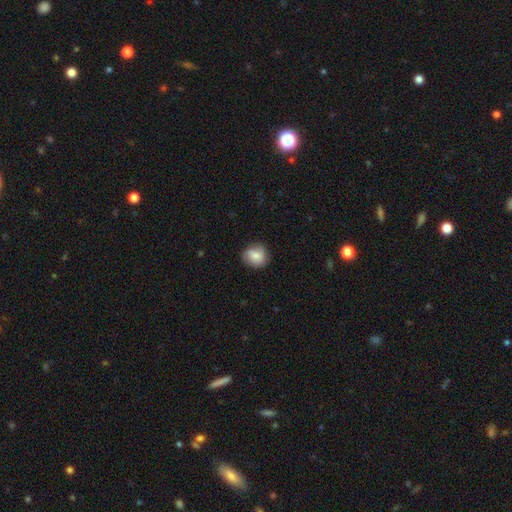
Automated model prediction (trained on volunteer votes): Smooth or featured?
  - smooth: 71% *
  - featured or disk: 21%
  - star or artifact: 8%
How rounded?
  - round: 78% *
  - in between: 21%
  - cigar-shaped: 1%
Merging?
  - none: 77% *
  - minor disturbance: 18%
  - major disturbance: 4%
  - merger: 1%